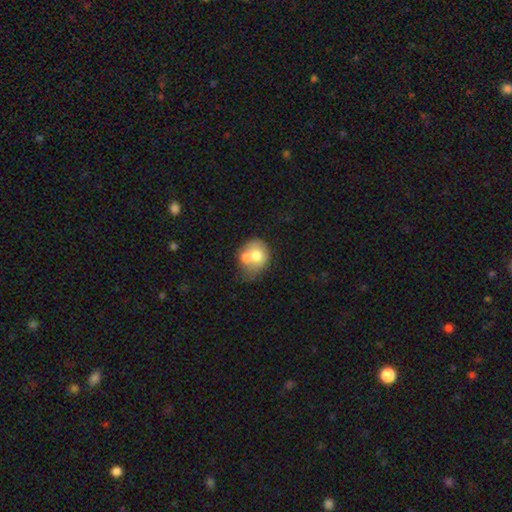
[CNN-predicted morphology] Q: Smooth or featured?
A: smooth (64%); runner-up: featured or disk (27%)
Q: How rounded?
A: round (61%); runner-up: in between (38%)
Q: Merging?
A: merger (58%); runner-up: none (26%)